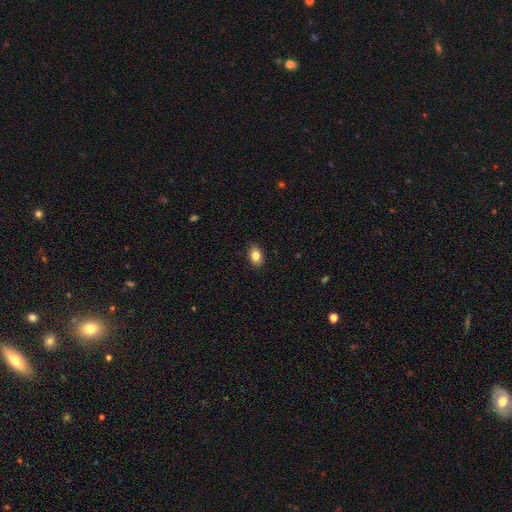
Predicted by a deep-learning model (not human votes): Smooth or featured: smooth — 84% (star or artifact — 9%)
How rounded: in between — 84% (round — 15%)
Merging: none — 87% (minor disturbance — 10%)